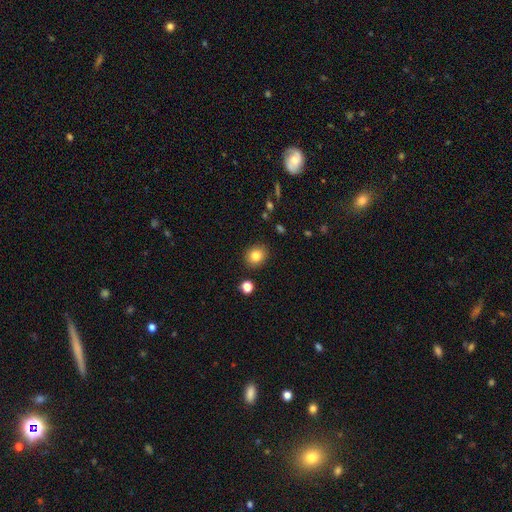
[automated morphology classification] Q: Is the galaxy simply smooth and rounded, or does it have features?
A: smooth — 83%.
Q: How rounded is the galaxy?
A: round — 66%.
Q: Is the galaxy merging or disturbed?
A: none — 88%.